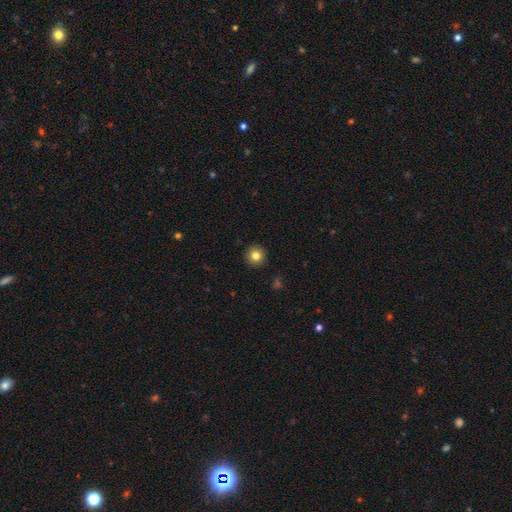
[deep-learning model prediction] smooth-or-featured: smooth: 83% | star or artifact: 10% | featured or disk: 7%
  how-rounded: round: 95% | in between: 4% | cigar-shaped: 1%
  merging: none: 92% | minor disturbance: 5% | major disturbance: 2% | merger: 1%